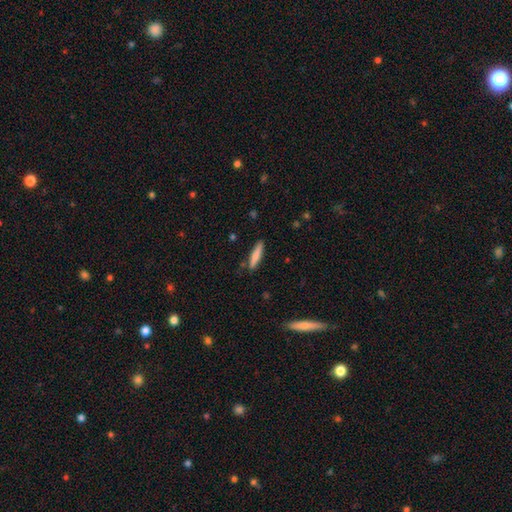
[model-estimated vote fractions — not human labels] This is likely a smooth galaxy (74%). How rounded: clearly cigar-shaped (86%). Merging: clearly none (85%).